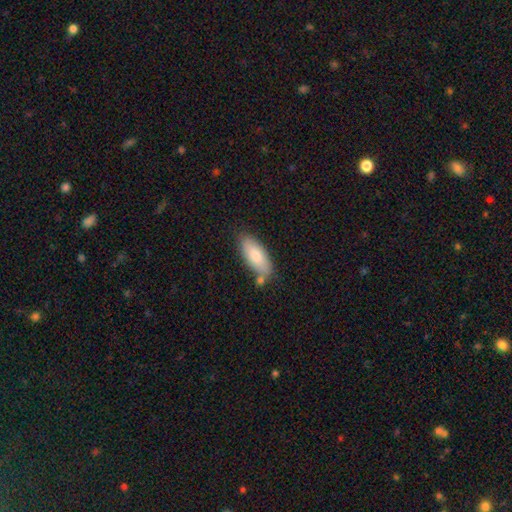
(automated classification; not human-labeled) Smooth or featured? smooth (79%)
How rounded? in between (84%)
Merging? none (68%)